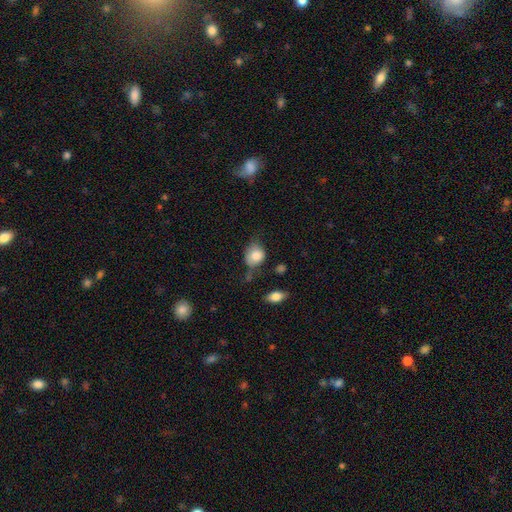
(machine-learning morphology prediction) smooth 81%, featured or disk 11%, star or artifact 8%. Down the decision tree: how rounded — round (56%); merging — none (44%).